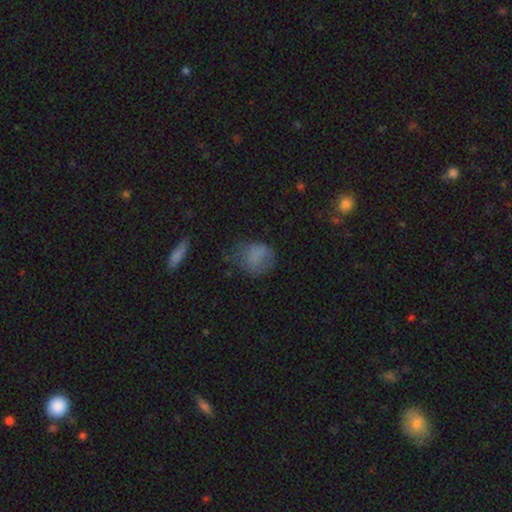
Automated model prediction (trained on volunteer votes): Smooth or featured? smooth (74%)
How rounded? round (58%)
Merging? none (48%)